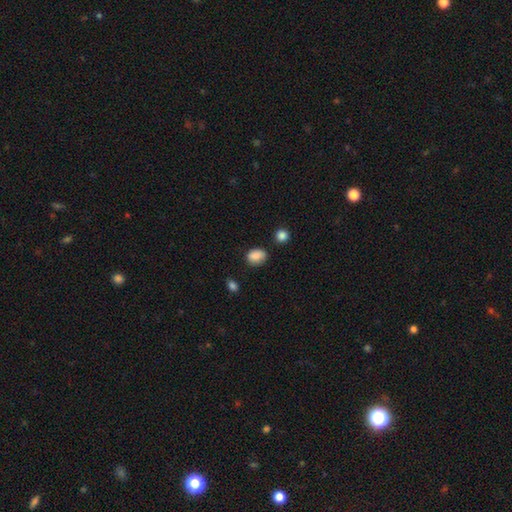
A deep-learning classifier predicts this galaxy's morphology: A smooth galaxy with no disk features (87%) that is in between round and cigar-shaped (66%). Merging: none (71%).